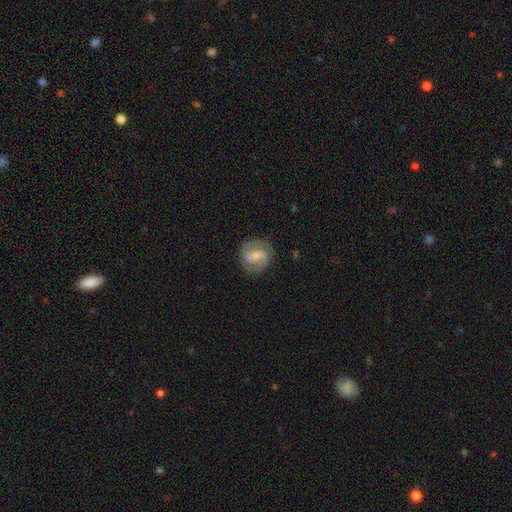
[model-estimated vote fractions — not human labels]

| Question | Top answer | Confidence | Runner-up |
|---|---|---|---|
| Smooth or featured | featured or disk | 69% | smooth (25%) |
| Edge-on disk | no | 97% | yes (3%) |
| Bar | weak | 48% | strong (29%) |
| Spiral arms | yes | 89% | no (11%) |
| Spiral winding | medium | 49% | tight (31%) |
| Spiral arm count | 2 | 86% | can't tell (7%) |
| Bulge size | small | 55% | moderate (34%) |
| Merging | none | 80% | minor disturbance (13%) |